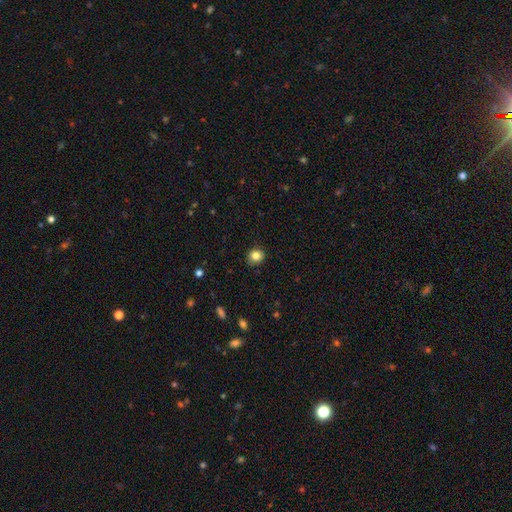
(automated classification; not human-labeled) This appears to be a smooth galaxy with no disk features (83%) that is round (80%). Merging: none (86%).